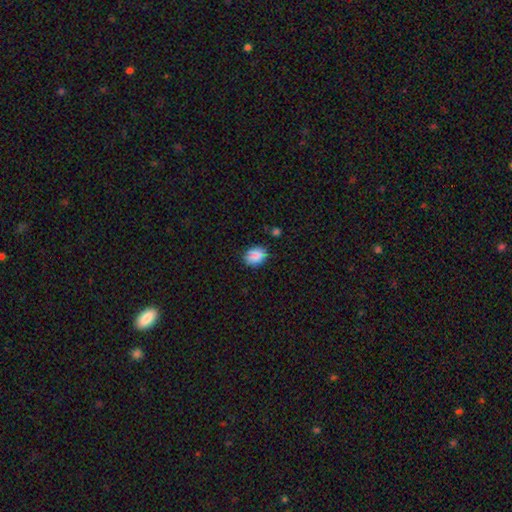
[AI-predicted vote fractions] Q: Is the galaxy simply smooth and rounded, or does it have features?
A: smooth — 82%.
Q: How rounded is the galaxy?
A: in between — 63%.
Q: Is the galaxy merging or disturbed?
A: none — 70%.